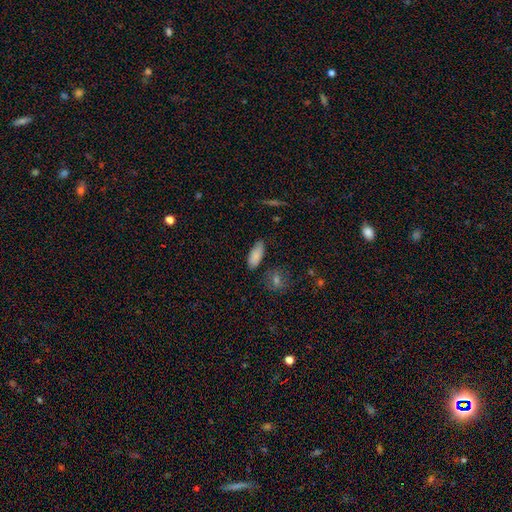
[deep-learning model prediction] Morphology: type=smooth (86%); roundness=in between (82%); merging=none (78%).